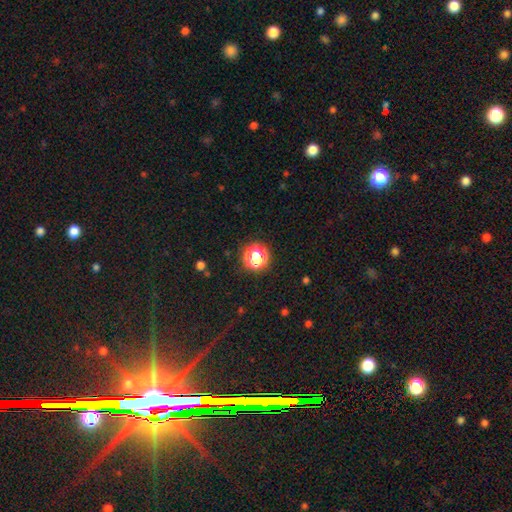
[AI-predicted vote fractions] Morphology: type=smooth (56%); roundness=round (89%); merging=none (80%).